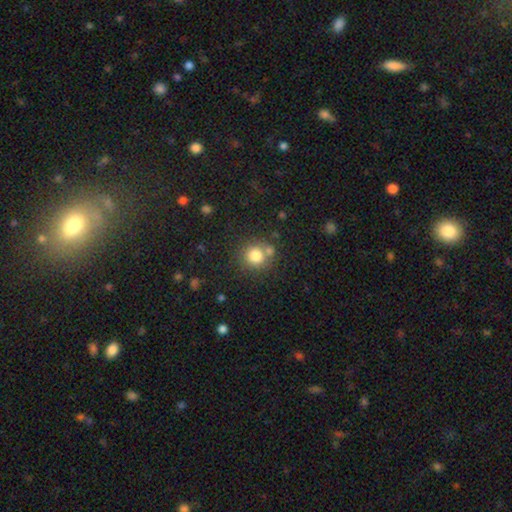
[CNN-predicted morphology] type=smooth (79%); roundness=round (89%); merging=none (67%).